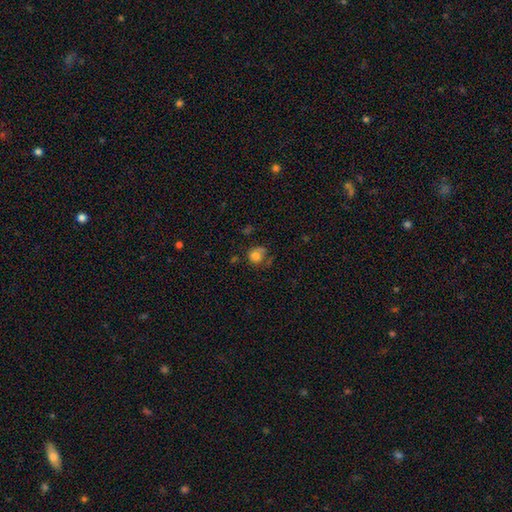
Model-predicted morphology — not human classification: smooth-or-featured: smooth: 77% | featured or disk: 12% | star or artifact: 11%
  how-rounded: round: 78% | in between: 21% | cigar-shaped: 1%
  merging: none: 48% | minor disturbance: 26% | major disturbance: 16% | merger: 10%